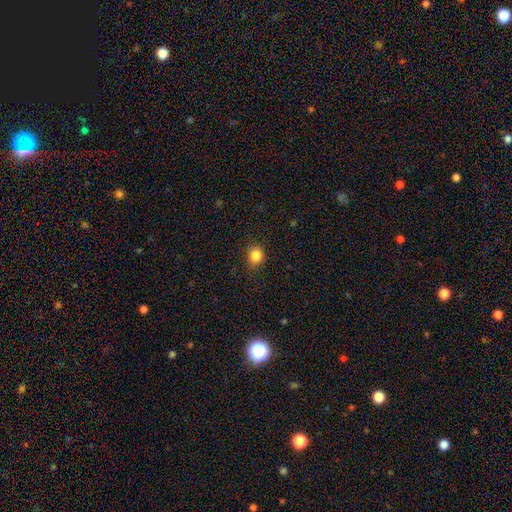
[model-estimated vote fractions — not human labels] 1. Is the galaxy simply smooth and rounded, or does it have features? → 84% smooth, 12% star or artifact, 4% featured or disk.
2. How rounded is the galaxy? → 75% round, 24% in between, 1% cigar-shaped.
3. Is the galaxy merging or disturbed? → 87% none, 10% minor disturbance, 3% major disturbance, 1% merger.